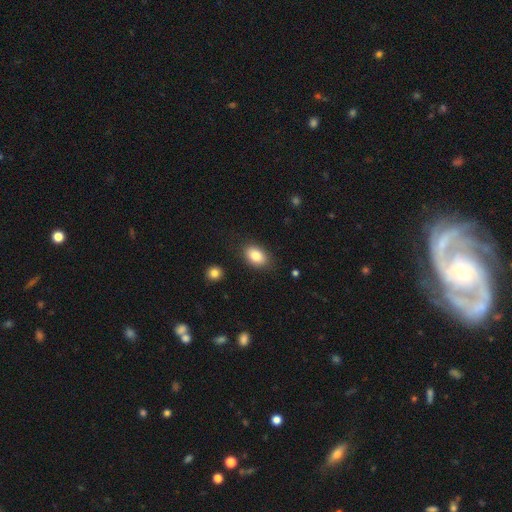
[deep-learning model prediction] smooth_or_featured: smooth (p=0.84) [alt: featured or disk p=0.08]
how_rounded: in between (p=0.88) [alt: round p=0.10]
merging: none (p=0.85) [alt: minor disturbance p=0.10]